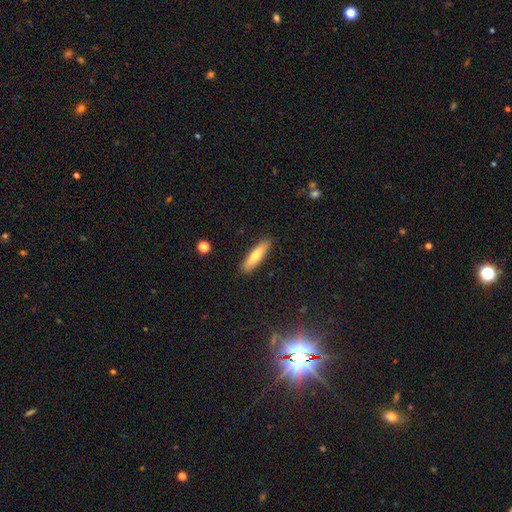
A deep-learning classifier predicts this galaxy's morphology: Smooth or featured? smooth (66%)
How rounded? cigar-shaped (77%)
Merging? none (90%)